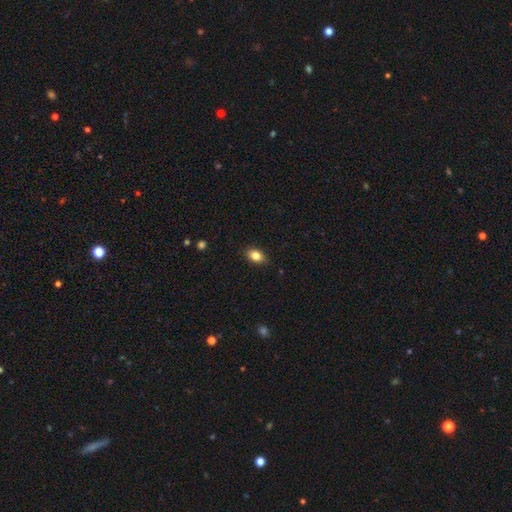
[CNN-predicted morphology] smooth_or_featured: smooth (p=0.83) [alt: star or artifact p=0.09]
how_rounded: in between (p=0.82) [alt: round p=0.17]
merging: none (p=0.87) [alt: minor disturbance p=0.10]